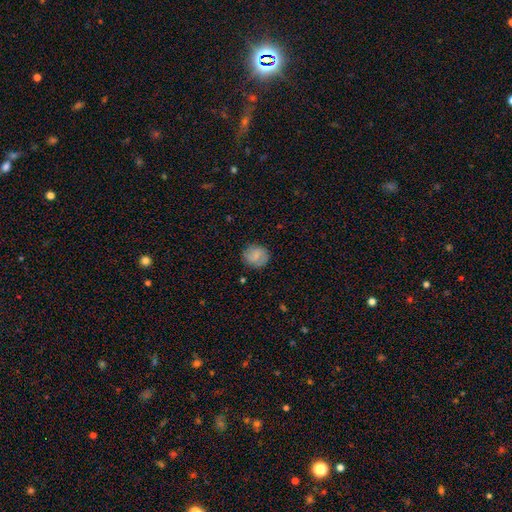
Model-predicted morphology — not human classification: smooth_or_featured: smooth (p=0.74) [alt: featured or disk p=0.17]
how_rounded: round (p=0.82) [alt: in between p=0.17]
merging: none (p=0.81) [alt: minor disturbance p=0.14]